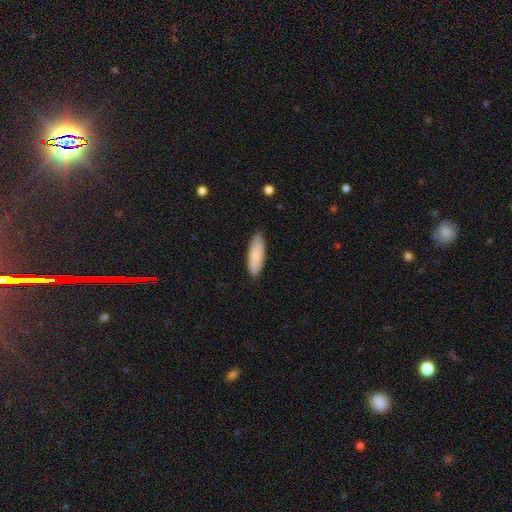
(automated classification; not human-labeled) The model was most divided on "how rounded": in between: 58%, cigar-shaped: 41%, round: 2%. More confident: merging — none (86%); smooth or featured — smooth (85%).